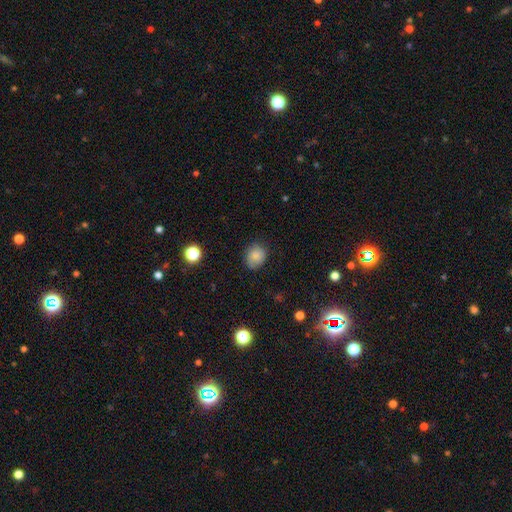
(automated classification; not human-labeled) A smooth galaxy with no disk features (82%) that is round (66%).

Vote fractions:
- Smooth or featured? smooth: 82% / star or artifact: 10% / featured or disk: 8%
- How rounded? round: 66% / in between: 33% / cigar-shaped: 1%
- Merging? none: 78% / minor disturbance: 17% / major disturbance: 4% / merger: 1%